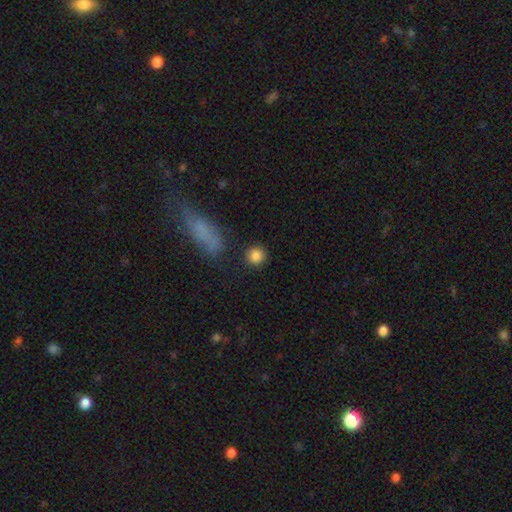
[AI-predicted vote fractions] smooth 85%, star or artifact 10%, featured or disk 5%. Down the decision tree: how rounded — round (93%); merging — none (86%).